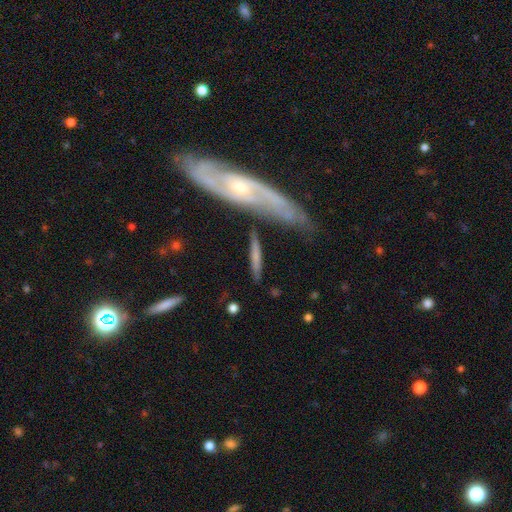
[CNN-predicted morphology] A smooth galaxy with no disk features (48%). Merging: none (69%).